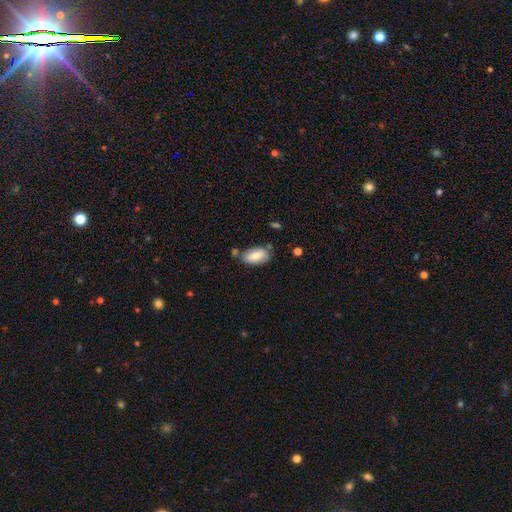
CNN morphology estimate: The model was most divided on "merging": none: 69%, minor disturbance: 18%, merger: 9%, major disturbance: 4%. More confident: how rounded — in between (93%); smooth or featured — smooth (75%).